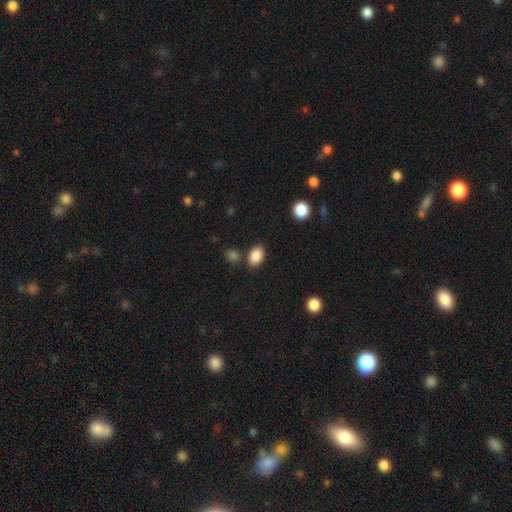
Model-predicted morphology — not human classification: Smooth or featured? Predicted: smooth (p=0.87). How rounded? Predicted: in between (p=0.80). Merging? Predicted: none (p=0.78).